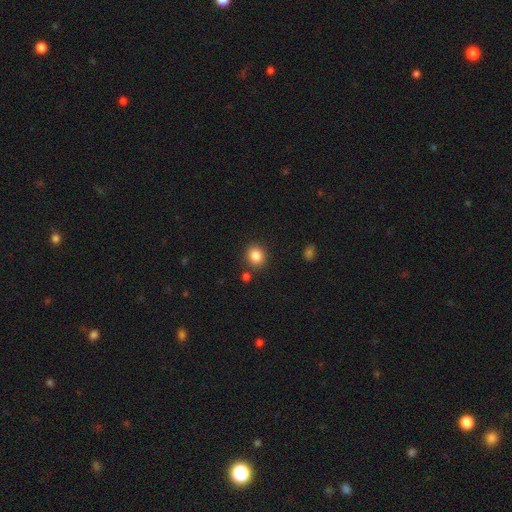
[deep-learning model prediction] Smooth or featured: smooth — 85% (star or artifact — 10%)
How rounded: round — 76% (in between — 23%)
Merging: none — 85% (minor disturbance — 8%)